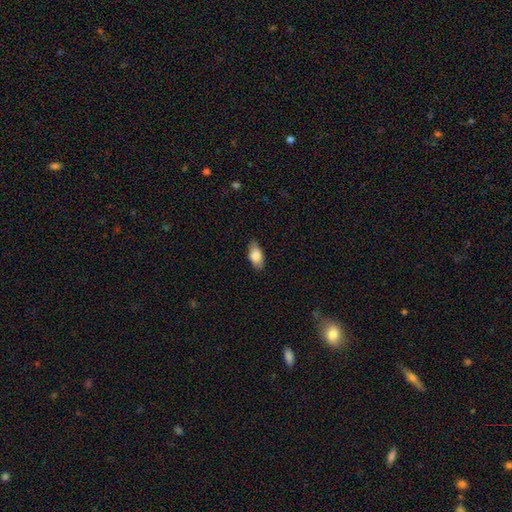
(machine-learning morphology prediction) Q: Smooth or featured?
A: smooth (83%); runner-up: featured or disk (10%)
Q: How rounded?
A: in between (90%); runner-up: cigar-shaped (7%)
Q: Merging?
A: none (84%); runner-up: minor disturbance (13%)